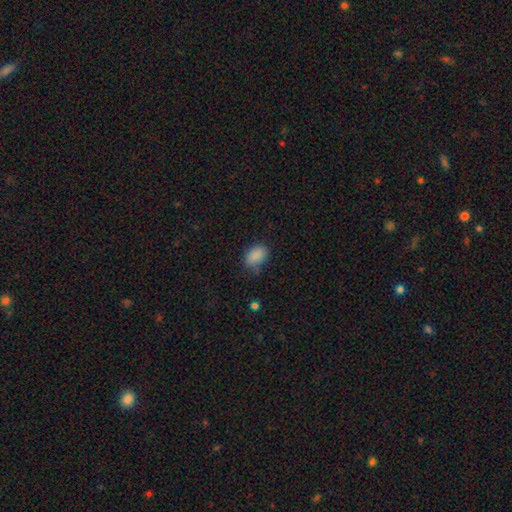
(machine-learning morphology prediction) The model was most divided on "merging": none: 70%, minor disturbance: 23%, major disturbance: 5%, merger: 2%. More confident: smooth or featured — smooth (87%); how rounded — in between (86%).